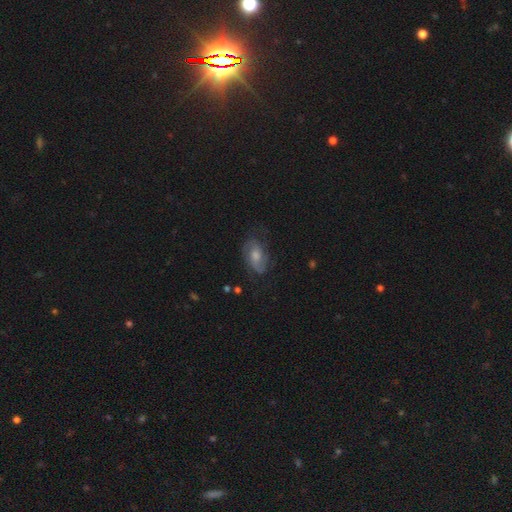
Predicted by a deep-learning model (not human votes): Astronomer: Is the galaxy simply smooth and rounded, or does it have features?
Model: featured or disk — 62%.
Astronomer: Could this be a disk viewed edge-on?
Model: no — 95%.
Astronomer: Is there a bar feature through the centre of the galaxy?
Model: no — 55% (runner-up: weak, 37%).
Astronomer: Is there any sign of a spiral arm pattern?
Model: yes — 87%.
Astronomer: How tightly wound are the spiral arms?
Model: medium — 44% (runner-up: tight, 35%).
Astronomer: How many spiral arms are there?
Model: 2 — 66%.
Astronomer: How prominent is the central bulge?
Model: moderate — 56%.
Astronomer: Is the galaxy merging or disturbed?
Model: none — 69%.